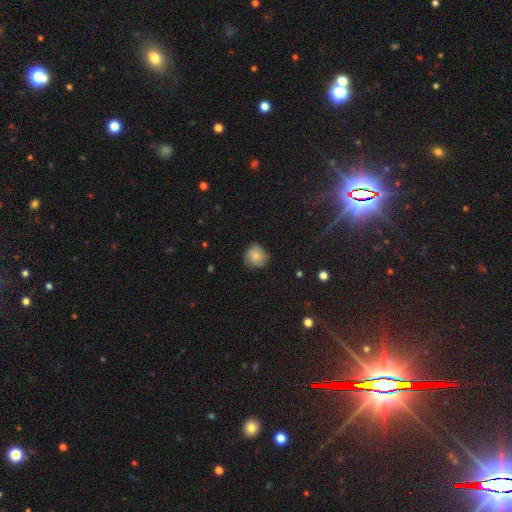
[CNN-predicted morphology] Overall: smooth (67%). How rounded: round (86%). Merging: none (68%).